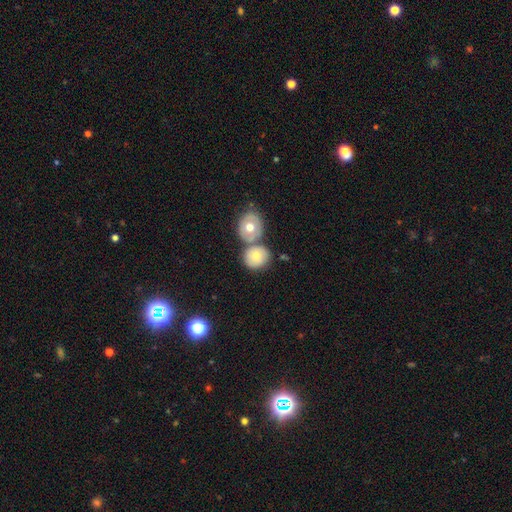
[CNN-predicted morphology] Q: Smooth or featured?
A: smooth (68%); runner-up: featured or disk (24%)
Q: How rounded?
A: round (74%); runner-up: in between (24%)
Q: Merging?
A: none (49%); runner-up: merger (35%)